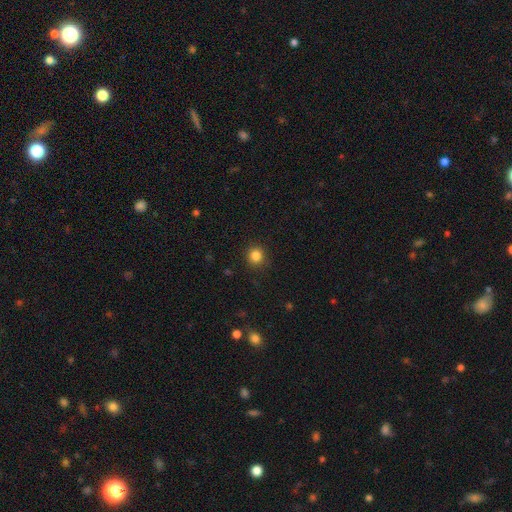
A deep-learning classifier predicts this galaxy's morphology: This appears to be a smooth galaxy with no disk features (84%) that is round (92%). Merging: none (89%).